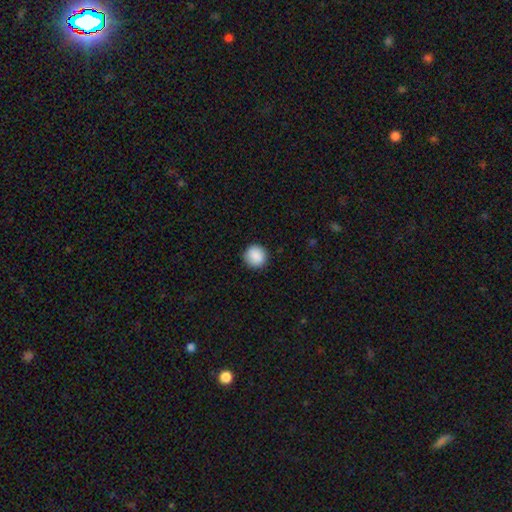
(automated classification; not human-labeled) Smooth or featured: smooth — 89% (star or artifact — 8%)
How rounded: round — 94% (in between — 5%)
Merging: none — 91% (minor disturbance — 6%)